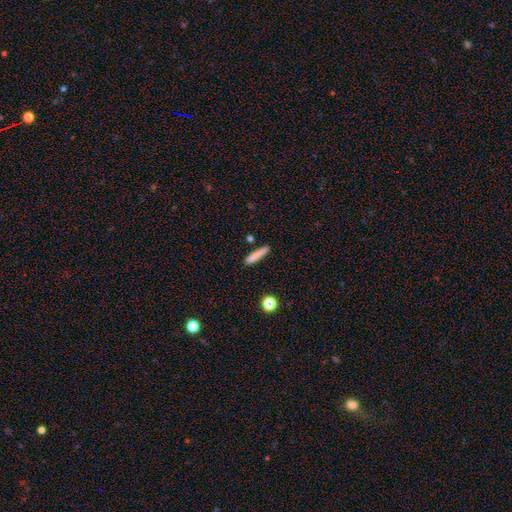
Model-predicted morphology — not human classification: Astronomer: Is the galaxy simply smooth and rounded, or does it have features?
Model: smooth — 80%.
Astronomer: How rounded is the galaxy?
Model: cigar-shaped — 90%.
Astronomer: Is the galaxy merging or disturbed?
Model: none — 84%.